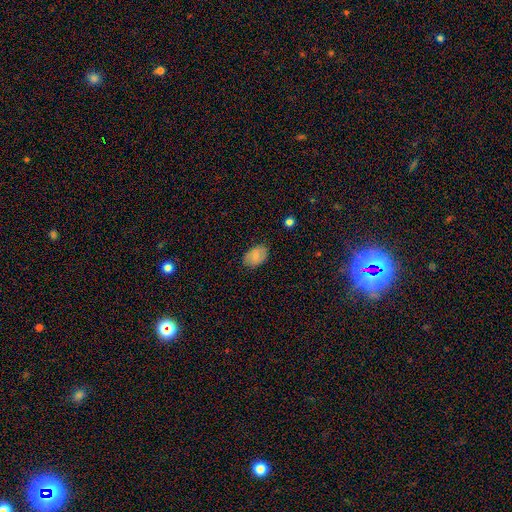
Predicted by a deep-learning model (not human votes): A smooth galaxy with no disk features (78%) that is in between round and cigar-shaped (90%). Merging: none (83%).